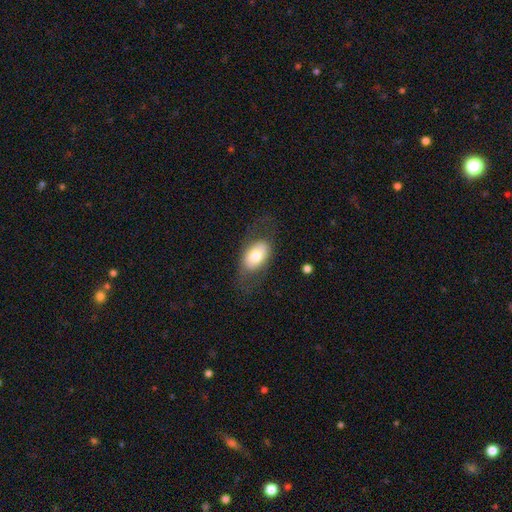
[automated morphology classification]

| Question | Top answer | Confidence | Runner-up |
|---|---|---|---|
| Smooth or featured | smooth | 64% | featured or disk (29%) |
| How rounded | in between | 90% | round (8%) |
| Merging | none | 68% | minor disturbance (17%) |